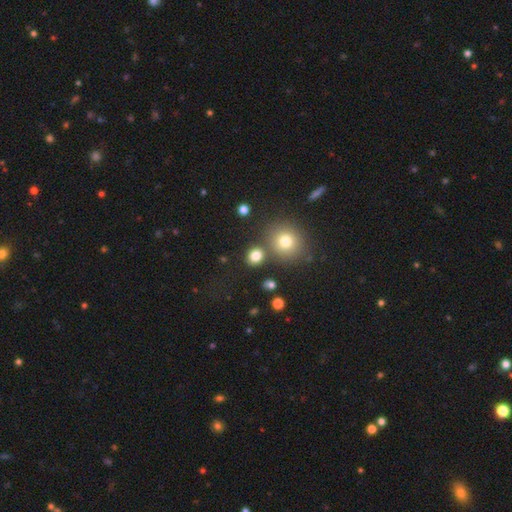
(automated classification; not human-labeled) smooth-or-featured: smooth: 79% | star or artifact: 14% | featured or disk: 7%
  how-rounded: round: 76% | in between: 23% | cigar-shaped: 1%
  merging: none: 75% | merger: 12% | minor disturbance: 9% | major disturbance: 4%